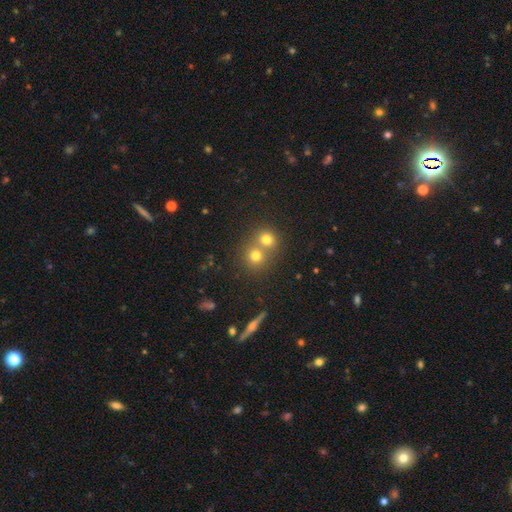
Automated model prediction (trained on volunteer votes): smooth 72%, star or artifact 16%, featured or disk 12%. Down the decision tree: how rounded — round (86%); merging — merger (50%).